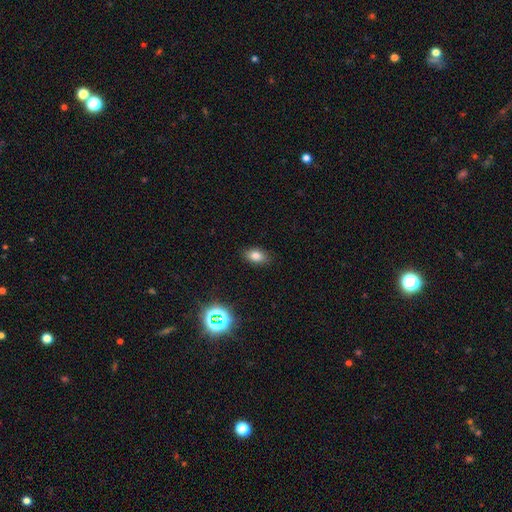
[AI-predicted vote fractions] Overall: smooth (78%). How rounded: in between (86%). Merging: none (87%).